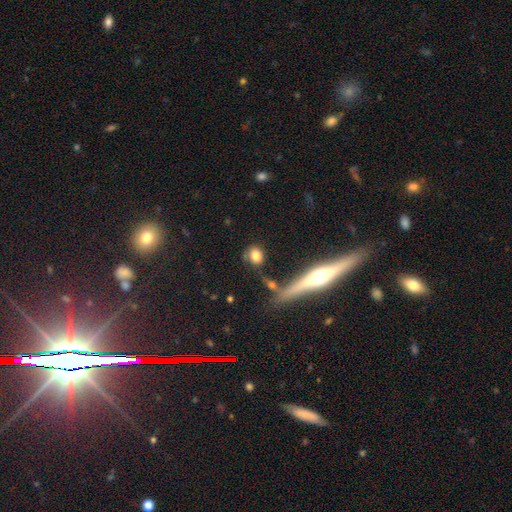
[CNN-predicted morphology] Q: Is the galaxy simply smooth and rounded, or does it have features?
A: smooth — 78%.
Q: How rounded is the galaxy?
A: round — 48%.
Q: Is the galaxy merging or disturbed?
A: none — 60%.